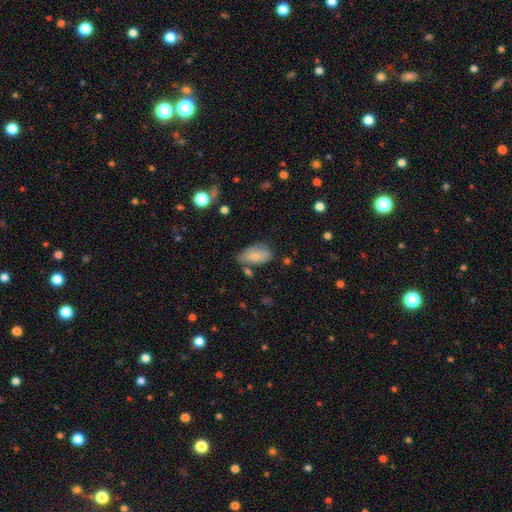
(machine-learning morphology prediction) smooth 76%, featured or disk 17%, star or artifact 7%. Down the decision tree: how rounded — in between (93%); merging — none (57%).